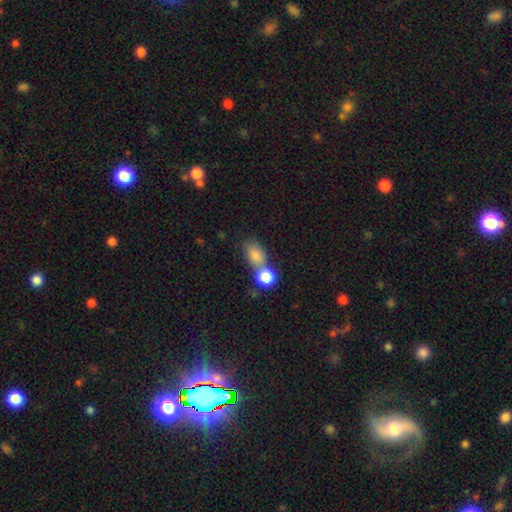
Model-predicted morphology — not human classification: A smooth galaxy with no disk features (80%) that is in between round and cigar-shaped (73%). Merging: merger (47%).